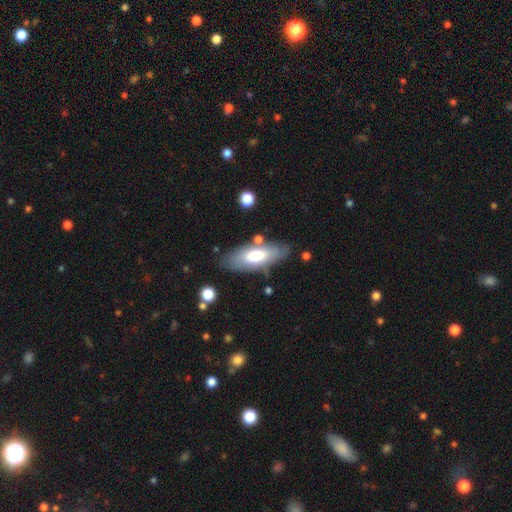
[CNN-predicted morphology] smooth 66%, featured or disk 28%, star or artifact 6%. Down the decision tree: how rounded — in between (74%); merging — none (75%).